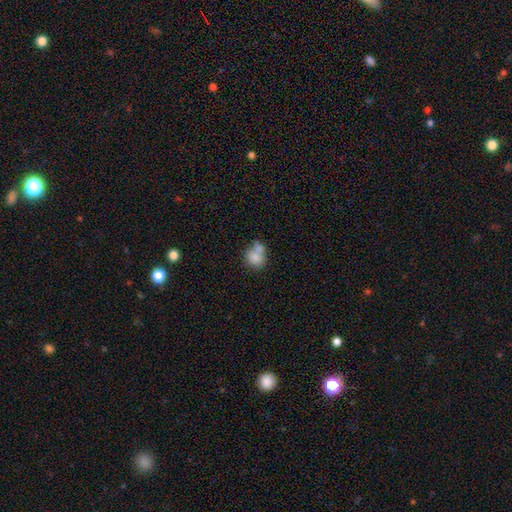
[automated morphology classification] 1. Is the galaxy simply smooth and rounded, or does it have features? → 77% smooth, 13% featured or disk, 10% star or artifact.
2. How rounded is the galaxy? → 68% round, 31% in between, 1% cigar-shaped.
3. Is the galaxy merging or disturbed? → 41% merger, 40% none, 14% minor disturbance, 6% major disturbance.